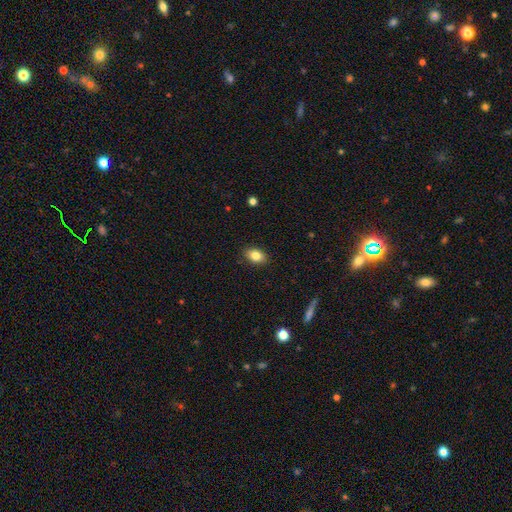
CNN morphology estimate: Overall: smooth (84%). How rounded: in between (84%). Merging: none (88%).